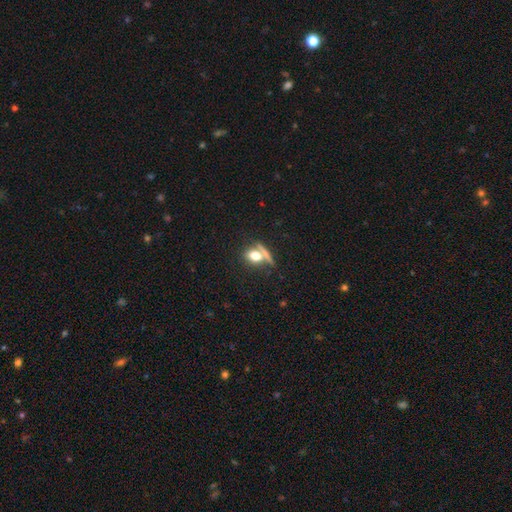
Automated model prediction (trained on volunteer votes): A smooth galaxy with no disk features (69%) that is in between round and cigar-shaped (46%).

Vote fractions:
- Smooth or featured? smooth: 69% / featured or disk: 17% / star or artifact: 13%
- How rounded? in between: 46% / round: 45% / cigar-shaped: 9%
- Merging? none: 52% / merger: 24% / minor disturbance: 14% / major disturbance: 10%